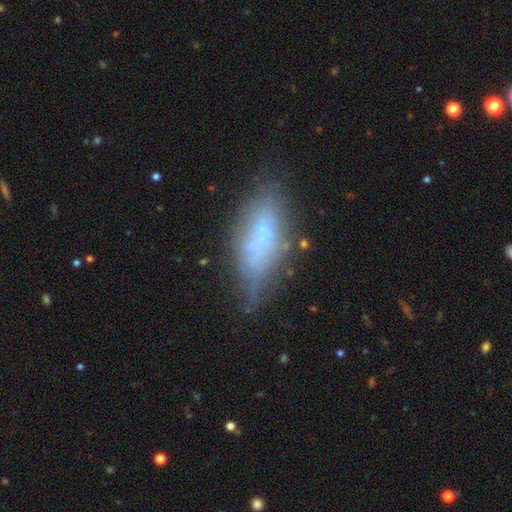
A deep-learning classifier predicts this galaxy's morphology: smooth_or_featured: smooth (p=0.52) [alt: featured or disk p=0.37]
how_rounded: in between (p=0.64) [alt: cigar-shaped p=0.33]
merging: none (p=0.59) [alt: minor disturbance p=0.27]